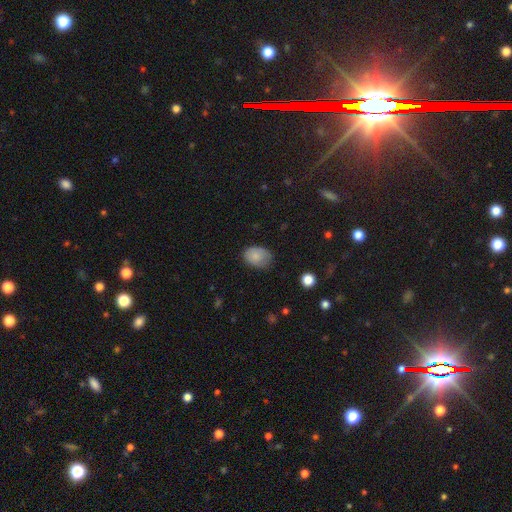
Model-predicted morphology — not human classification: Overall: smooth (83%). How rounded: in between (73%). Merging: none (68%).